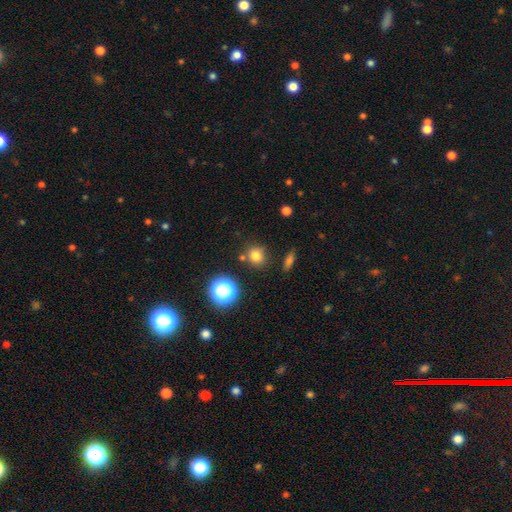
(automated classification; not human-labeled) This appears to be a smooth galaxy with no disk features (76%) that is round (83%). Merging: none (78%).